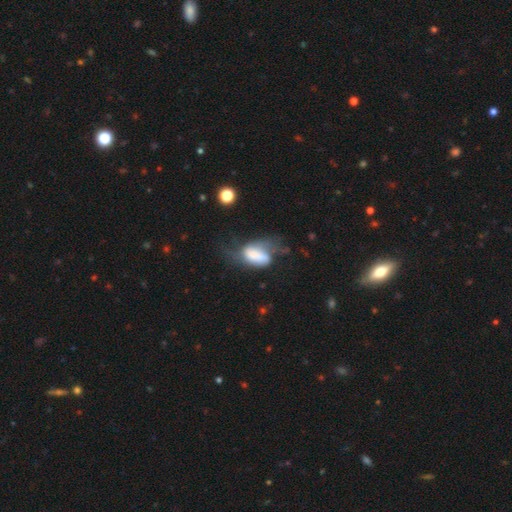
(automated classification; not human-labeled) Smooth or featured?
  - smooth: 58% *
  - featured or disk: 34%
  - star or artifact: 9%
How rounded?
  - in between: 89% *
  - round: 8%
  - cigar-shaped: 3%
Merging?
  - major disturbance: 45% *
  - minor disturbance: 25%
  - none: 22%
  - merger: 8%